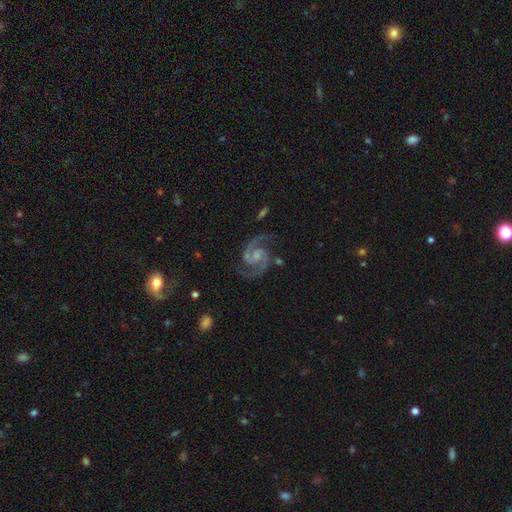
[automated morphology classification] A featured or disk galaxy (93%) with no bar (53%), 2 (94%) medium (65%) spiral arms (99%) and a small central bulge (39%). Merging: none (78%).